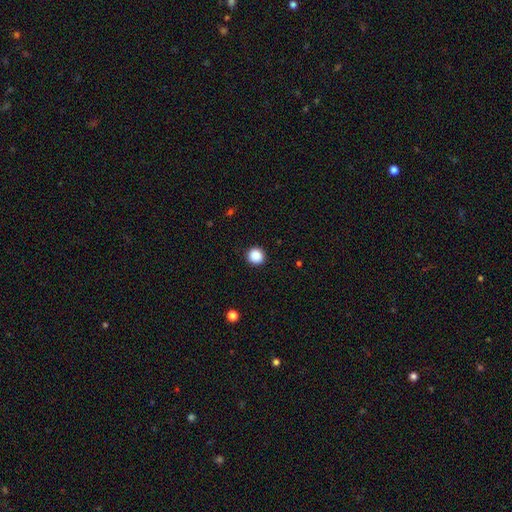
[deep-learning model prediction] A smooth galaxy with no disk features (88%) that is round (94%).

Vote fractions:
- Smooth or featured? smooth: 88% / star or artifact: 9% / featured or disk: 3%
- How rounded? round: 94% / in between: 5% / cigar-shaped: 1%
- Merging? none: 92% / minor disturbance: 5% / major disturbance: 2% / merger: 1%